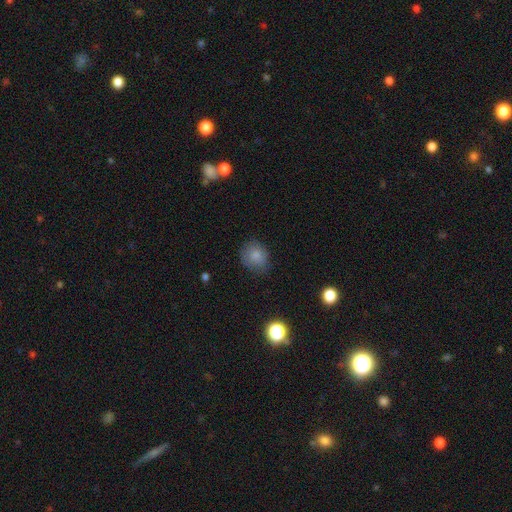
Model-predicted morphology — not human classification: type=smooth (81%); roundness=round (71%); merging=none (72%).